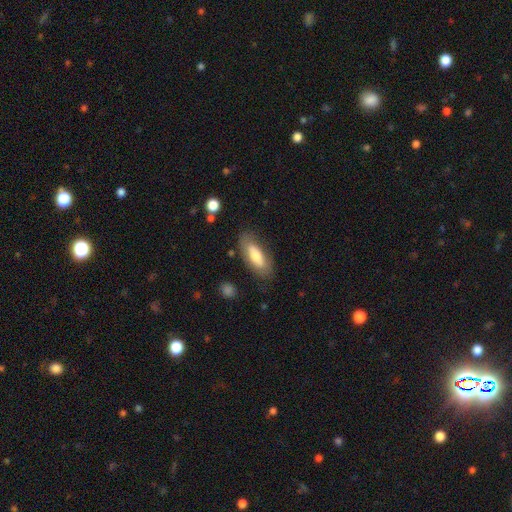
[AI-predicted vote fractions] Smooth or featured: smooth — 67% (featured or disk — 26%)
How rounded: in between — 73% (cigar-shaped — 25%)
Merging: none — 78% (minor disturbance — 15%)